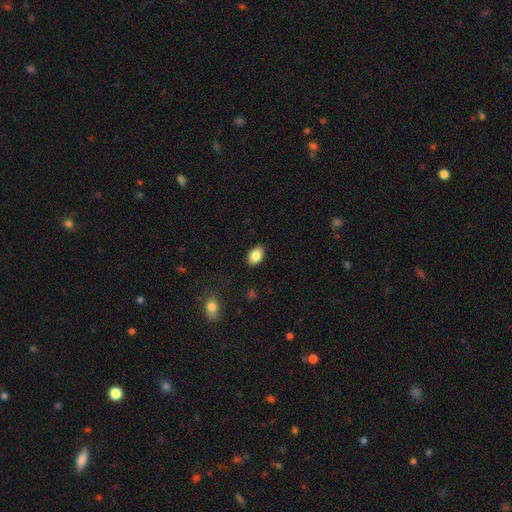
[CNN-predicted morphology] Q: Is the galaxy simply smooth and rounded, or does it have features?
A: smooth — 87%.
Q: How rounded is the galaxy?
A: in between — 85%.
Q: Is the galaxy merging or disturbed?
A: none — 88%.